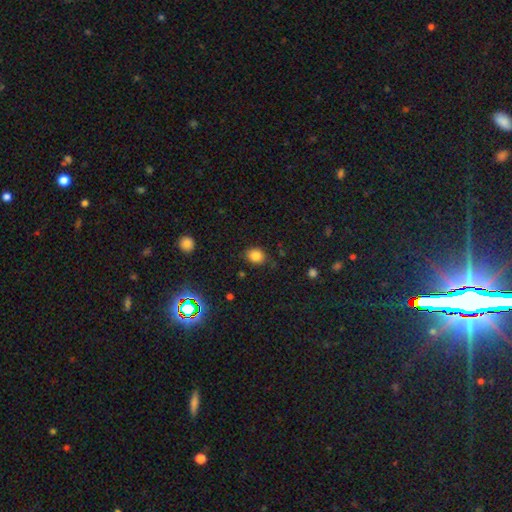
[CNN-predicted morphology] type=smooth (81%); roundness=round (57%); merging=none (82%).